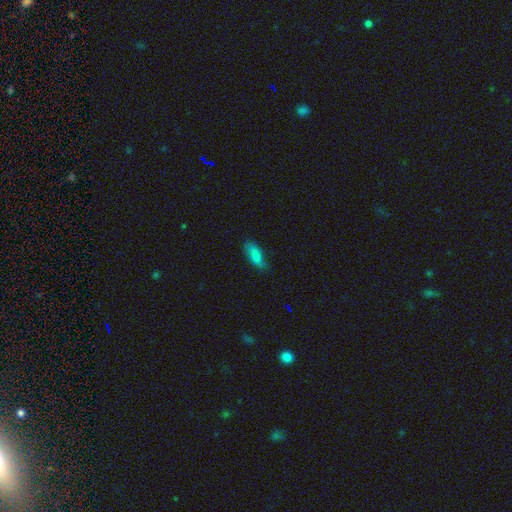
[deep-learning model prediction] smooth 81%, featured or disk 12%, star or artifact 8%. Down the decision tree: how rounded — in between (72%); merging — none (65%).